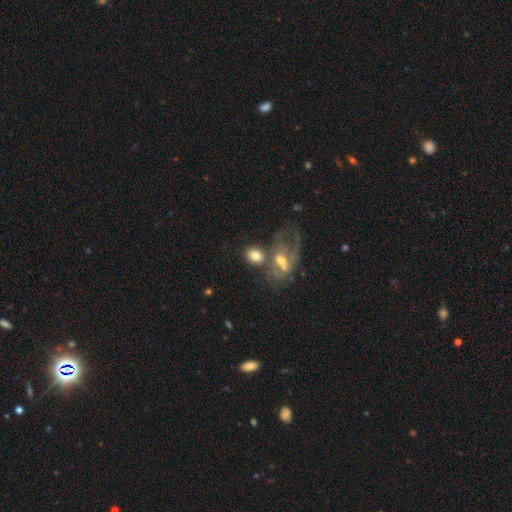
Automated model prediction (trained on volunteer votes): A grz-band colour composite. It shows a smooth galaxy with no disk features (71%) that is in between round and cigar-shaped (60%). Merging: merger (43%).